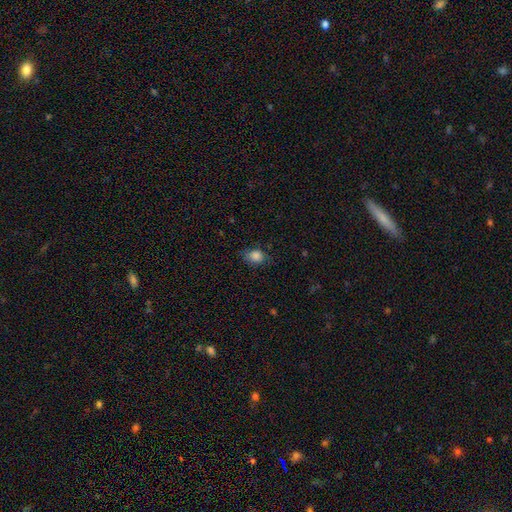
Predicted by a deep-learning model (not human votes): This appears to be a smooth galaxy with no disk features (84%) that is in between round and cigar-shaped (53%). Merging: none (74%).